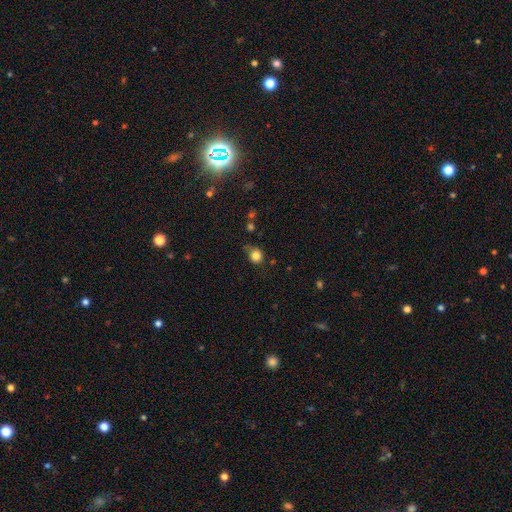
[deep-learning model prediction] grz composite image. It shows a smooth galaxy with no disk features (84%) that is round (84%). Merging: none (69%).